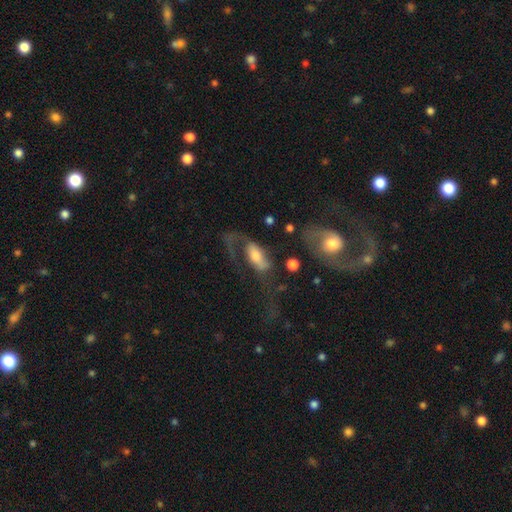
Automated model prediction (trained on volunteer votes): Smooth or featured?
  - featured or disk: 53% *
  - smooth: 39%
  - star or artifact: 8%
Edge-on disk?
  - no: 88% *
  - yes: 12%
Merging?
  - major disturbance: 52% *
  - none: 24%
  - minor disturbance: 15%
  - merger: 9%